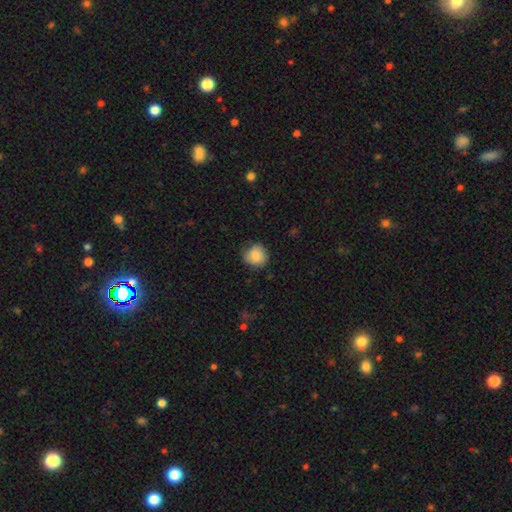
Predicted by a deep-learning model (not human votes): This appears to be a smooth galaxy with no disk features (79%) that is round (85%). Merging: none (73%).